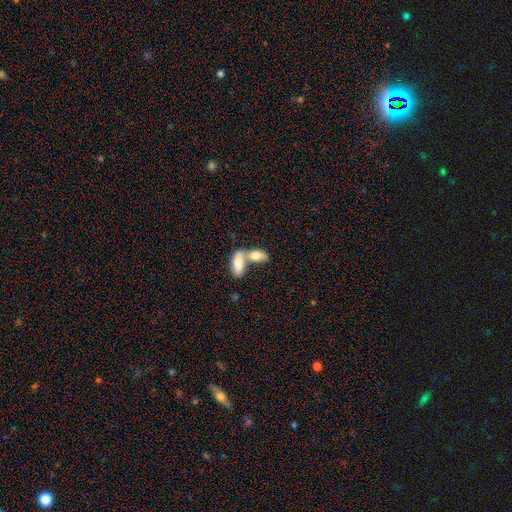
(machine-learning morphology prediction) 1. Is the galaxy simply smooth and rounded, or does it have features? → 78% smooth, 16% featured or disk, 6% star or artifact.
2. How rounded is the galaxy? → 88% in between, 8% cigar-shaped, 4% round.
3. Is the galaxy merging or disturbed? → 73% merger, 17% none, 6% minor disturbance, 4% major disturbance.